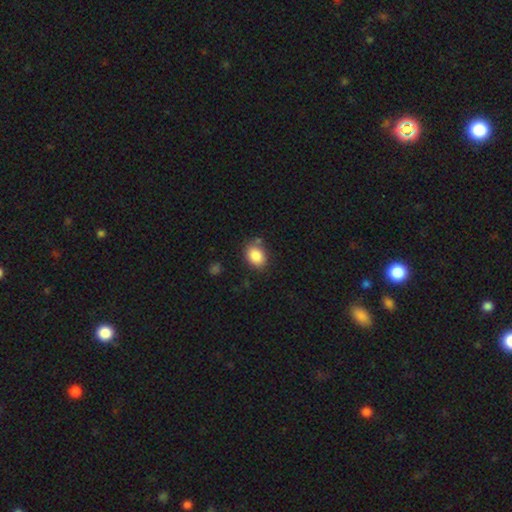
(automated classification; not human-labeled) Smooth or featured: smooth — 87% (star or artifact — 8%)
How rounded: in between — 66% (round — 33%)
Merging: none — 76% (minor disturbance — 15%)